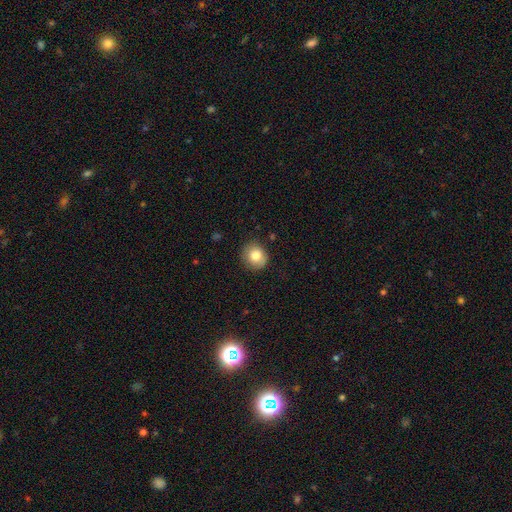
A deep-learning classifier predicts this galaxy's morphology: A smooth galaxy with no disk features (81%) that is round (84%). Merging: none (86%).